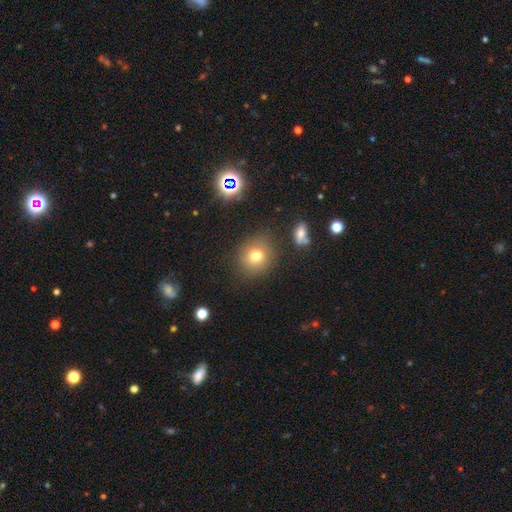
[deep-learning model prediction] A smooth galaxy with no disk features (75%) that is round (84%). Merging: none (83%).